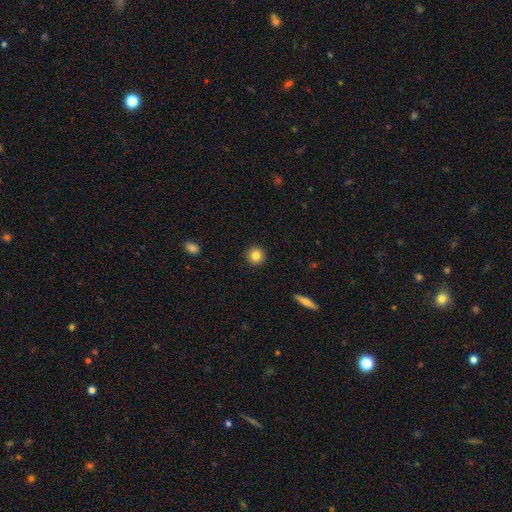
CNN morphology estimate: smooth 83%, star or artifact 10%, featured or disk 7%. Down the decision tree: how rounded — round (94%); merging — none (93%).